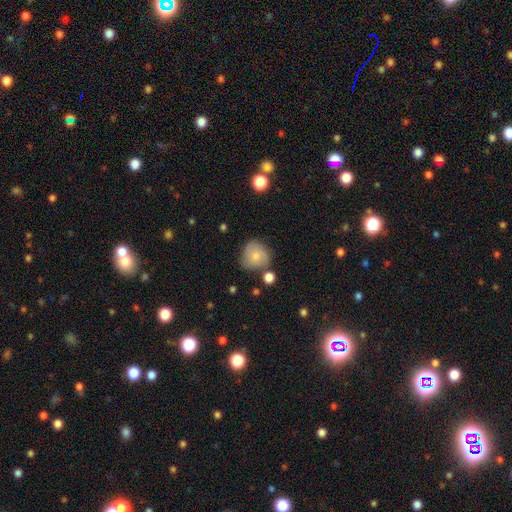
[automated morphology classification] Q: Smooth or featured?
A: smooth (73%); runner-up: featured or disk (18%)
Q: How rounded?
A: round (81%); runner-up: in between (18%)
Q: Merging?
A: none (61%); runner-up: minor disturbance (24%)